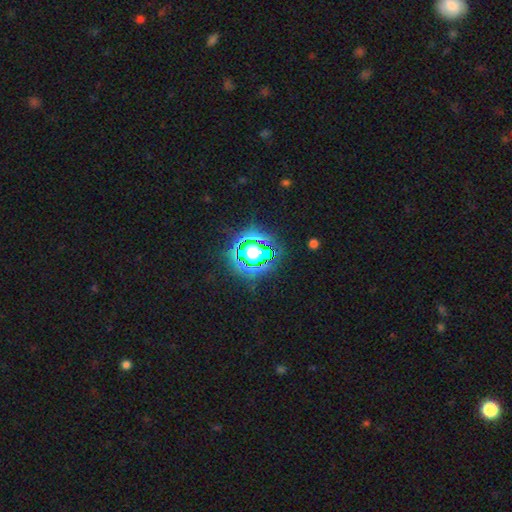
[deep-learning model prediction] A star or artifact, not a galaxy (61%).

Vote fractions:
- Smooth or featured? star or artifact: 61% / smooth: 26% / featured or disk: 13%